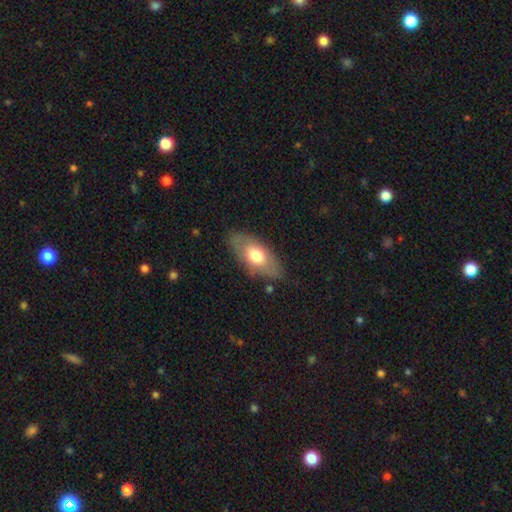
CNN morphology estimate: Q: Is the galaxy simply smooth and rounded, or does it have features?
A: smooth — 65%.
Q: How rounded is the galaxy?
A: in between — 88%.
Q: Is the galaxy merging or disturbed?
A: none — 78%.